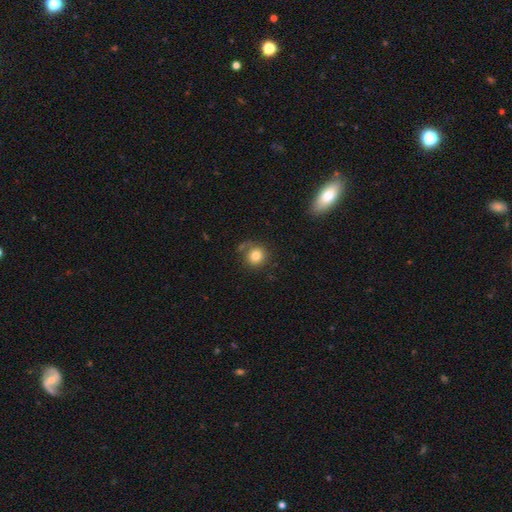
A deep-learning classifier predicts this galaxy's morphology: Q: Smooth or featured?
A: smooth (80%); runner-up: star or artifact (10%)
Q: How rounded?
A: round (89%); runner-up: in between (11%)
Q: Merging?
A: none (68%); runner-up: minor disturbance (16%)